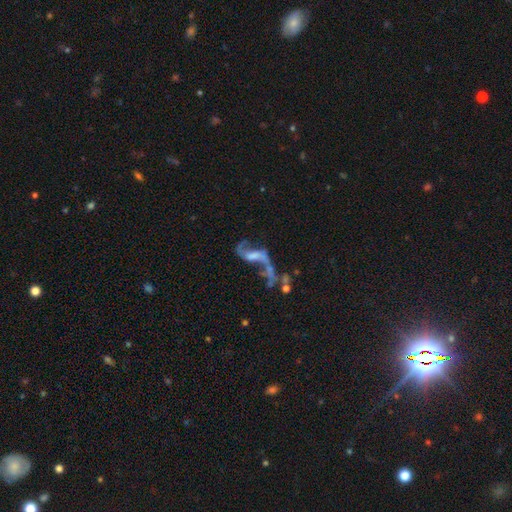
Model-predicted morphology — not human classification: Smooth or featured? featured or disk (76%)
Edge-on disk? no (94%)
Bar? no (40%)
Spiral arms? yes (78%)
Spiral winding? loose (89%)
Spiral arm count? 2 (82%)
Bulge size? none (41%)
Merging? major disturbance (31%, tied with none)